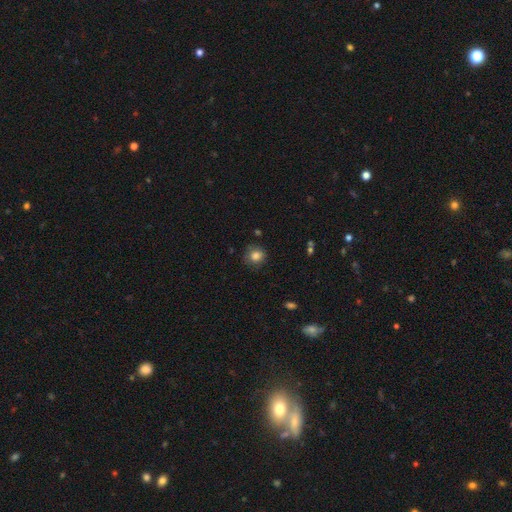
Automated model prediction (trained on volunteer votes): smooth-or-featured: smooth: 81% | star or artifact: 10% | featured or disk: 9%
  how-rounded: round: 82% | in between: 17% | cigar-shaped: 1%
  merging: none: 76% | minor disturbance: 17% | major disturbance: 5% | merger: 2%